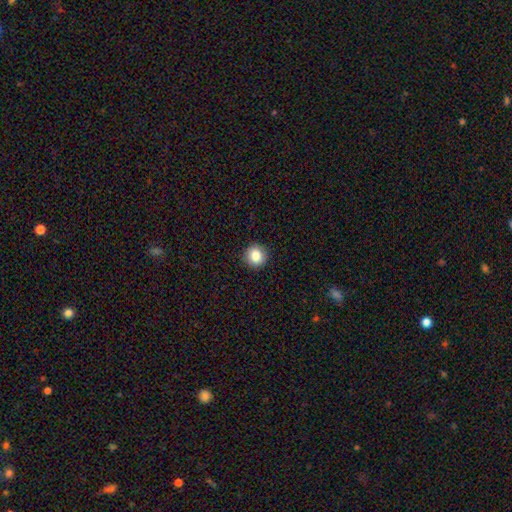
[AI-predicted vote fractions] Smooth or featured?
  - smooth: 84% *
  - star or artifact: 10%
  - featured or disk: 6%
How rounded?
  - round: 93% *
  - in between: 6%
  - cigar-shaped: 1%
Merging?
  - none: 91% *
  - minor disturbance: 6%
  - major disturbance: 2%
  - merger: 1%